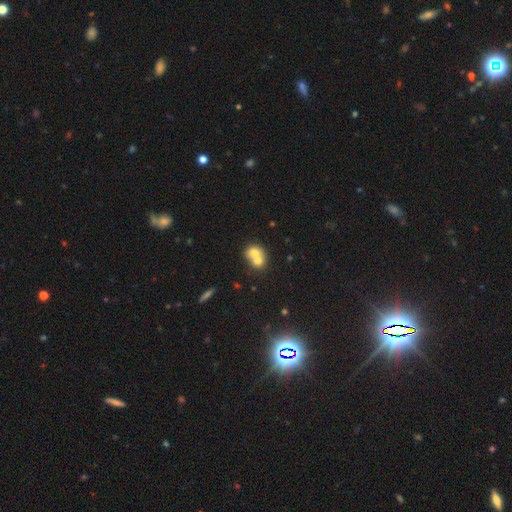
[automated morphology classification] Smooth or featured?
  - smooth: 67% *
  - featured or disk: 24%
  - star or artifact: 9%
How rounded?
  - round: 64% *
  - in between: 35%
  - cigar-shaped: 1%
Merging?
  - merger: 71% *
  - none: 21%
  - minor disturbance: 5%
  - major disturbance: 2%